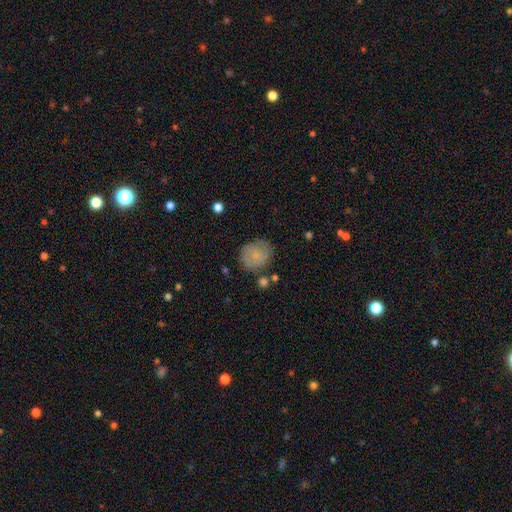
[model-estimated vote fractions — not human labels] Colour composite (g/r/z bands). It shows a smooth galaxy with no disk features (66%) that is round (81%). Merging: none (73%).